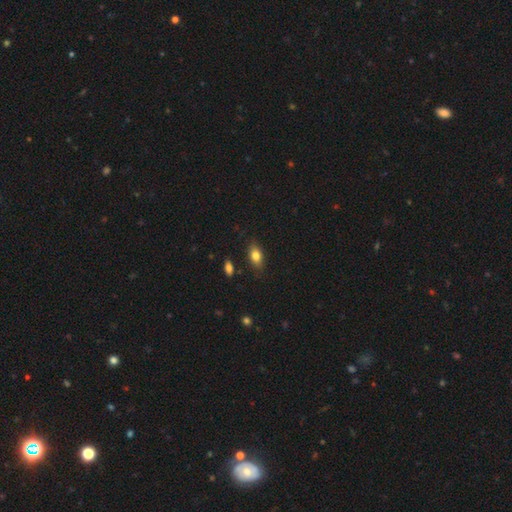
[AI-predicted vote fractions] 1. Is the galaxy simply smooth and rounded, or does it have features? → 81% smooth, 11% featured or disk, 8% star or artifact.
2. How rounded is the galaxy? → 85% in between, 9% round, 6% cigar-shaped.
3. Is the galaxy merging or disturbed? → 82% none, 13% minor disturbance, 3% major disturbance, 2% merger.